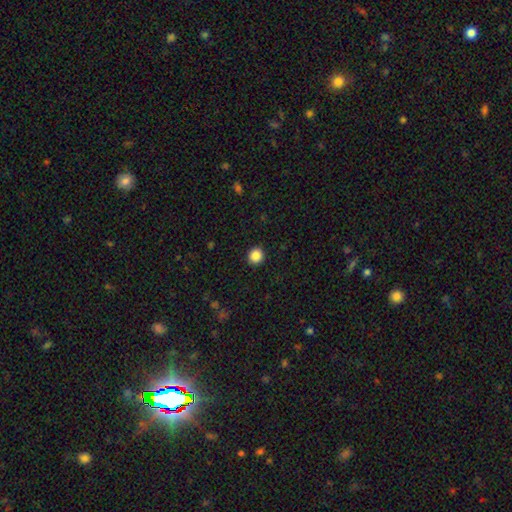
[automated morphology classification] smooth_or_featured: smooth (p=0.86) [alt: star or artifact p=0.10]
how_rounded: round (p=0.91) [alt: in between p=0.08]
merging: none (p=0.92) [alt: minor disturbance p=0.05]